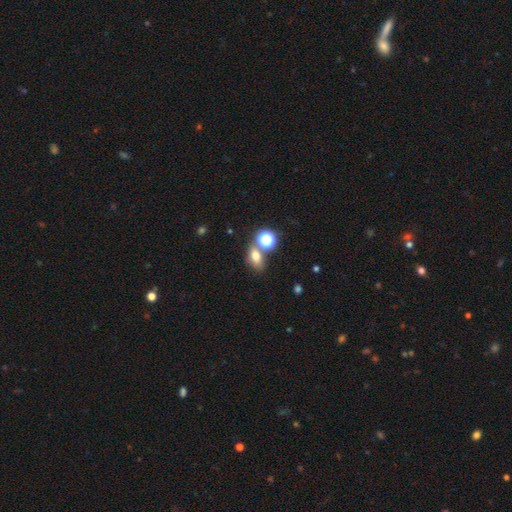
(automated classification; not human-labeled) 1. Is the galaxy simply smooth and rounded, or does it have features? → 70% smooth, 19% star or artifact, 11% featured or disk.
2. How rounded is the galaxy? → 70% in between, 28% round, 3% cigar-shaped.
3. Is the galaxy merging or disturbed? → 57% none, 25% merger, 13% minor disturbance, 5% major disturbance.